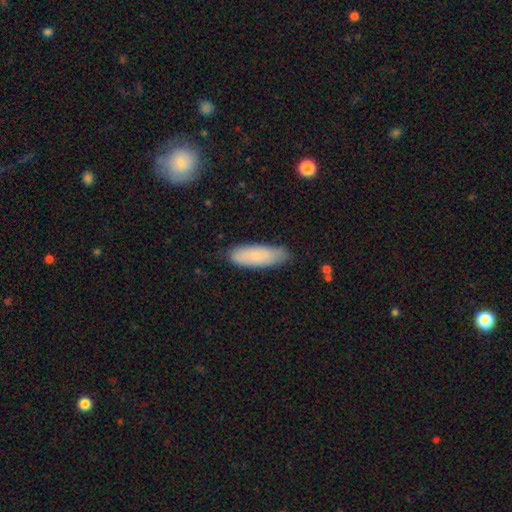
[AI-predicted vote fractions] Smooth or featured: smooth — 75% (featured or disk — 18%)
How rounded: in between — 63% (cigar-shaped — 35%)
Merging: none — 76% (minor disturbance — 20%)